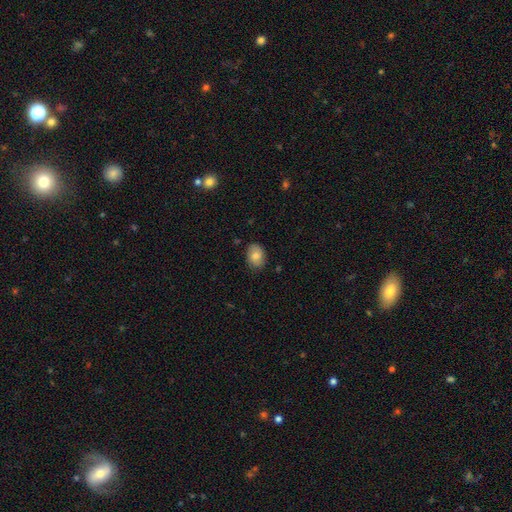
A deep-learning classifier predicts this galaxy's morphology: smooth_or_featured: smooth (p=0.81) [alt: featured or disk p=0.11]
how_rounded: in between (p=0.74) [alt: round p=0.25]
merging: none (p=0.83) [alt: minor disturbance p=0.13]